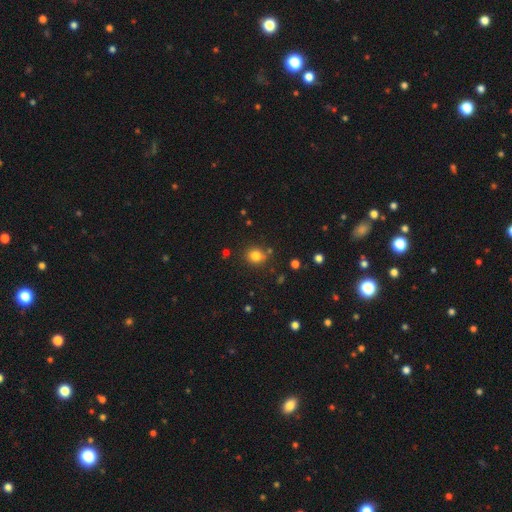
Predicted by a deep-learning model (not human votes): Smooth or featured: smooth — 80% (star or artifact — 13%)
How rounded: round — 77% (in between — 22%)
Merging: none — 78% (minor disturbance — 12%)